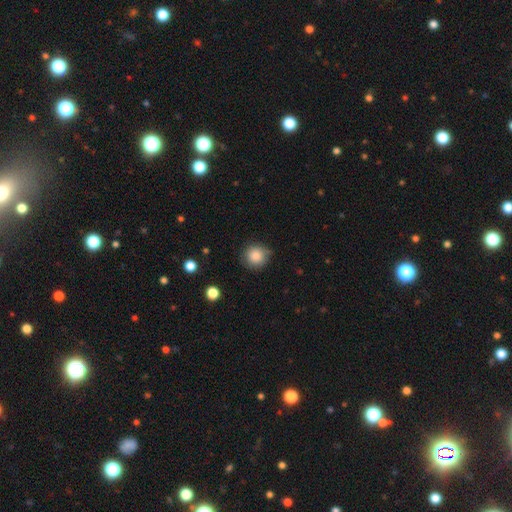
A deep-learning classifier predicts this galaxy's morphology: Smooth or featured: smooth — 84% (star or artifact — 9%)
How rounded: round — 90% (in between — 9%)
Merging: none — 77% (minor disturbance — 18%)